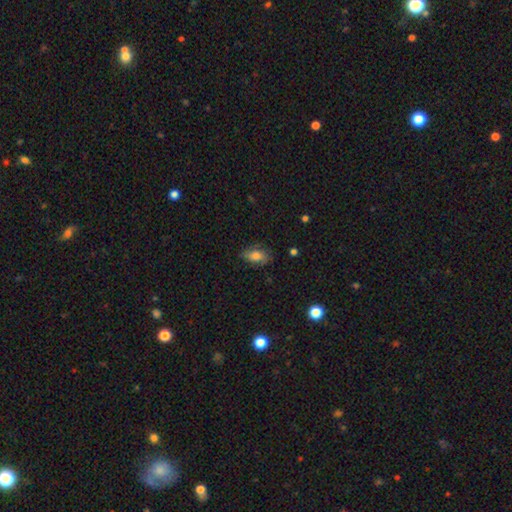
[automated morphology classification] smooth 75%, featured or disk 16%, star or artifact 10%. Down the decision tree: how rounded — in between (87%); merging — none (71%).